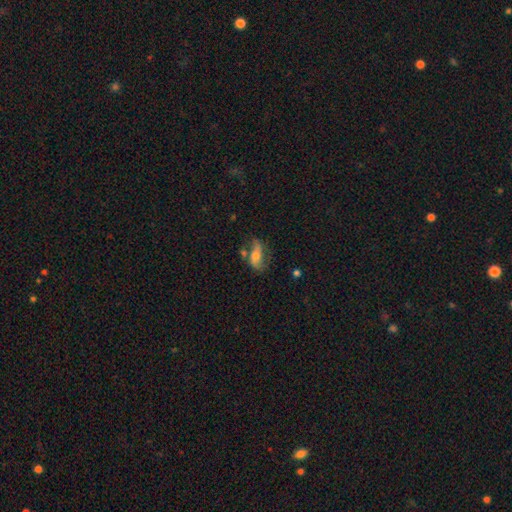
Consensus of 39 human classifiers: smooth_or_featured: featured or disk (p=0.56) [alt: smooth p=0.41]
disk_edge_on: no (p=0.91) [alt: yes p=0.09]
bar: no (p=0.55) [alt: weak p=0.35]
has_spiral_arms: yes (p=0.80) [alt: no p=0.20]
spiral_winding: loose (p=0.94) [alt: tight p=0.06]
spiral_arm_count: 2 (p=1.00)
bulge_size: moderate (p=0.75) [alt: small p=0.15]
merging: none (p=0.34) [alt: major disturbance p=0.29]